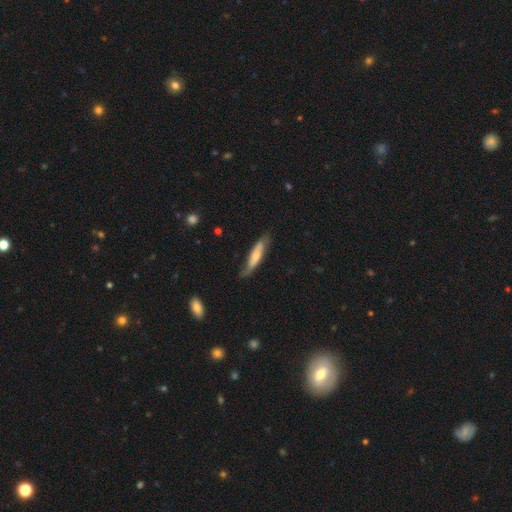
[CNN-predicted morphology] This appears to be a smooth galaxy with no disk features (49%). Merging: none (63%).